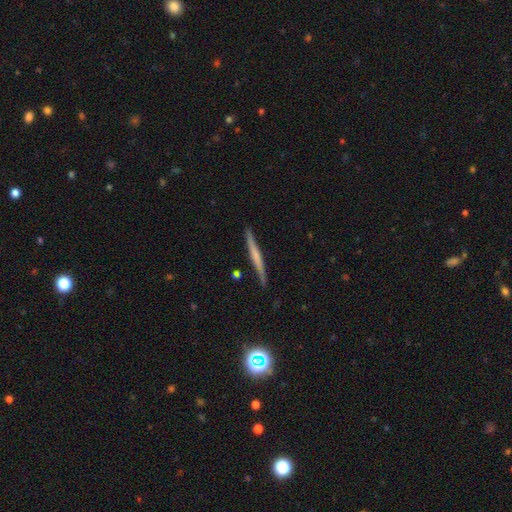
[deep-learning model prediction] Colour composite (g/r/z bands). It shows a featured or disk galaxy (55%) viewed edge-on (97%) with no central bulge (62%). Merging: none (87%).